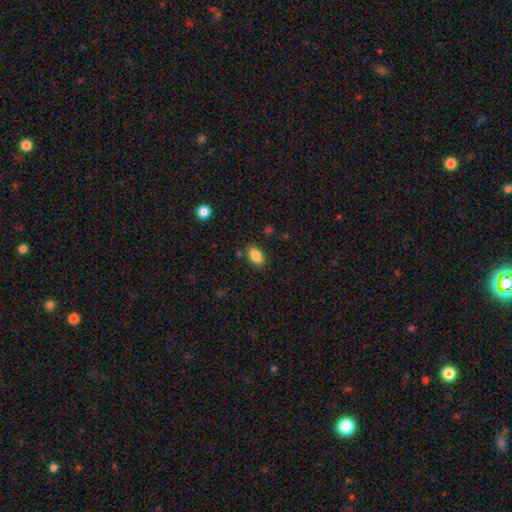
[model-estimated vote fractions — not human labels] smooth 86%, star or artifact 8%, featured or disk 6%. Down the decision tree: how rounded — in between (91%); merging — none (82%).